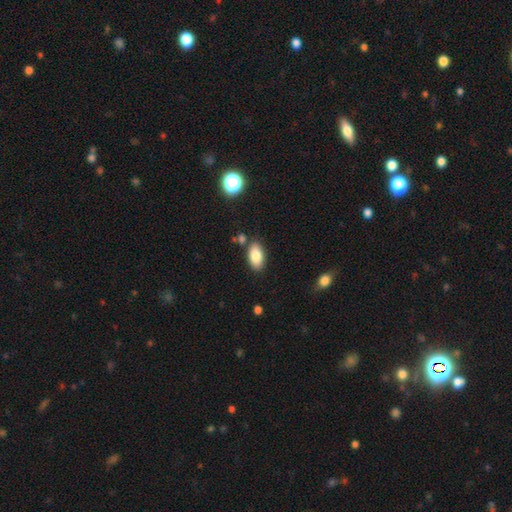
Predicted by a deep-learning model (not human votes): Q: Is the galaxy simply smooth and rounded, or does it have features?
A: smooth — 83%.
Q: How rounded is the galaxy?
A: in between — 93%.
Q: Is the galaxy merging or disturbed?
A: none — 82%.